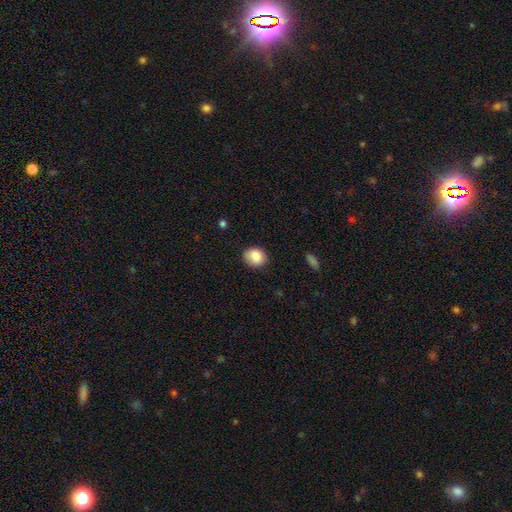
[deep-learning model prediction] Smooth or featured: smooth — 86% (star or artifact — 8%)
How rounded: round — 66% (in between — 33%)
Merging: none — 81% (minor disturbance — 15%)